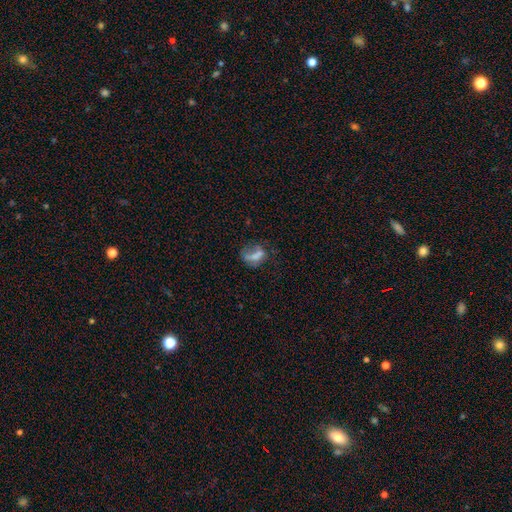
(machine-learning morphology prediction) Smooth or featured? Predicted: smooth (p=0.53). How rounded? Predicted: in between (p=0.61). Merging? Predicted: major disturbance (p=0.34).